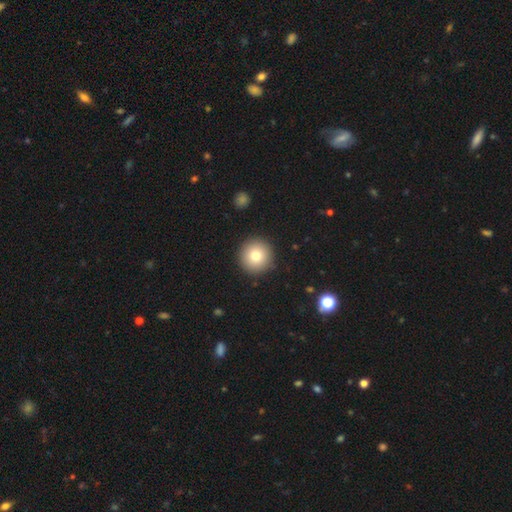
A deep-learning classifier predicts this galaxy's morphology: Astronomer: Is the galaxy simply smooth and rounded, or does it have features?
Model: smooth — 78%.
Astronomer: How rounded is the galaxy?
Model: round — 96%.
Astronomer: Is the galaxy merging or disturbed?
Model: none — 91%.